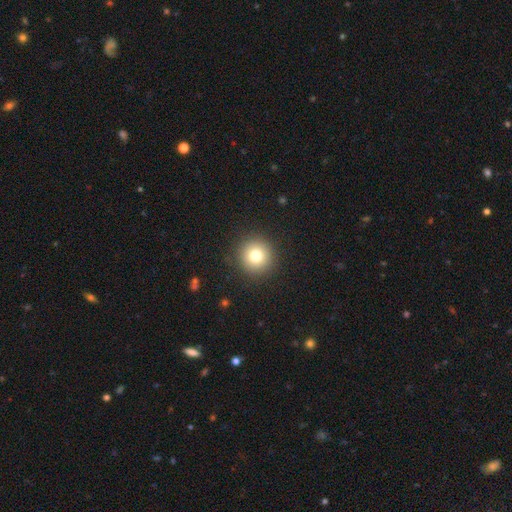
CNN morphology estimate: Overall: smooth (78%). How rounded: round (95%). Merging: none (91%).